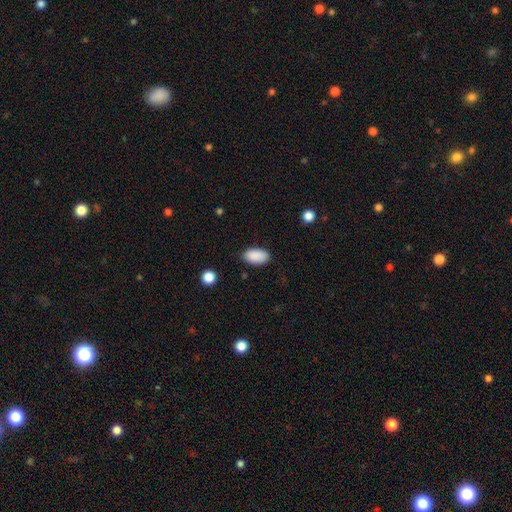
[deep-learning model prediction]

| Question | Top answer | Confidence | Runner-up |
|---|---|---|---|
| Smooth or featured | smooth | 90% | star or artifact (7%) |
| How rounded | in between | 95% | round (3%) |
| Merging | none | 84% | minor disturbance (12%) |